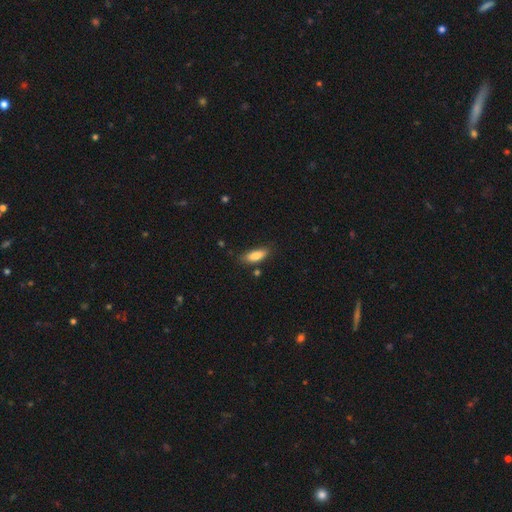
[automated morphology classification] Smooth or featured? Predicted: smooth (p=0.83). How rounded? Predicted: in between (p=0.74). Merging? Predicted: none (p=0.77).